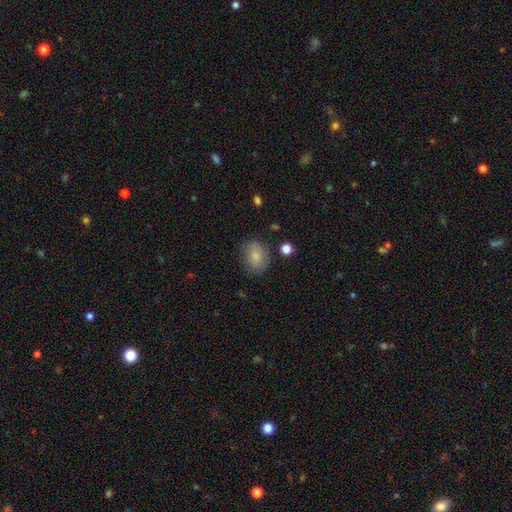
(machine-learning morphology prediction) The model was most divided on "how rounded": in between: 55%, round: 44%, cigar-shaped: 1%. More confident: smooth or featured — smooth (80%); merging — none (71%).